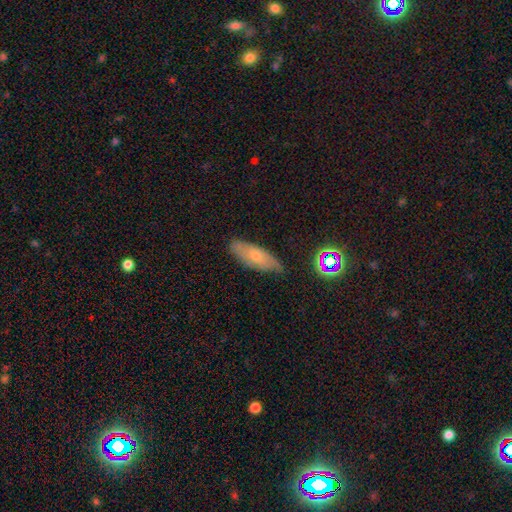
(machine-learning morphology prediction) smooth_or_featured: smooth (p=0.55) [alt: featured or disk p=0.34]
how_rounded: in between (p=0.59) [alt: cigar-shaped p=0.38]
merging: none (p=0.74) [alt: minor disturbance p=0.20]